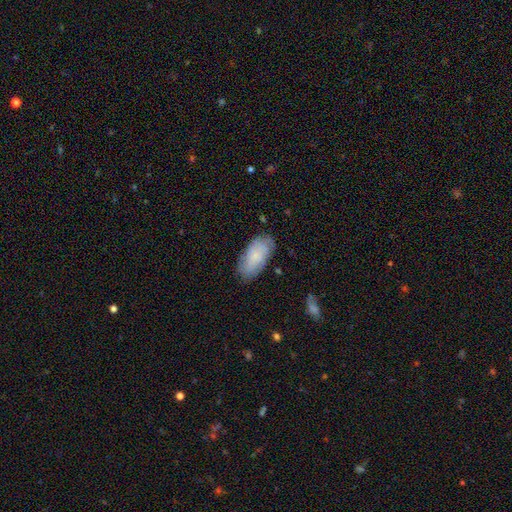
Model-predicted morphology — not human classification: Smooth or featured: smooth — 68% (featured or disk — 25%)
How rounded: in between — 93% (cigar-shaped — 5%)
Merging: none — 76% (minor disturbance — 18%)